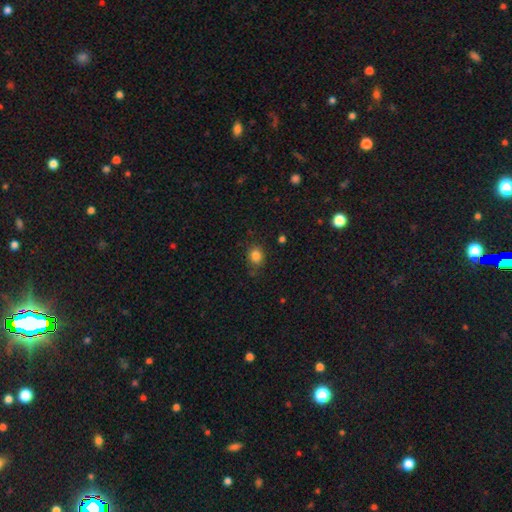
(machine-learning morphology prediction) Smooth or featured? Predicted: smooth (p=0.84). How rounded? Predicted: round (p=0.53). Merging? Predicted: none (p=0.77).